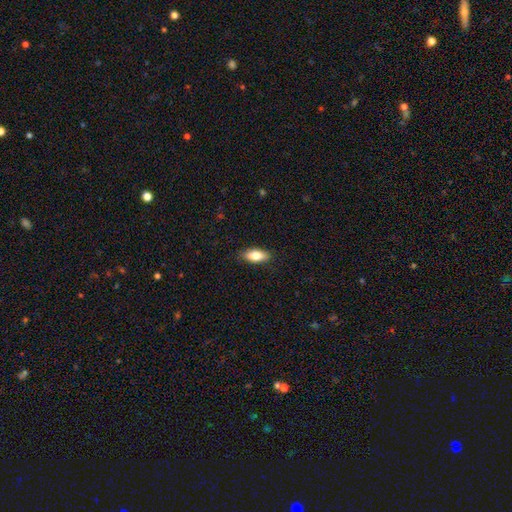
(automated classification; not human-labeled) Smooth or featured? smooth (79%)
How rounded? in between (83%)
Merging? none (88%)